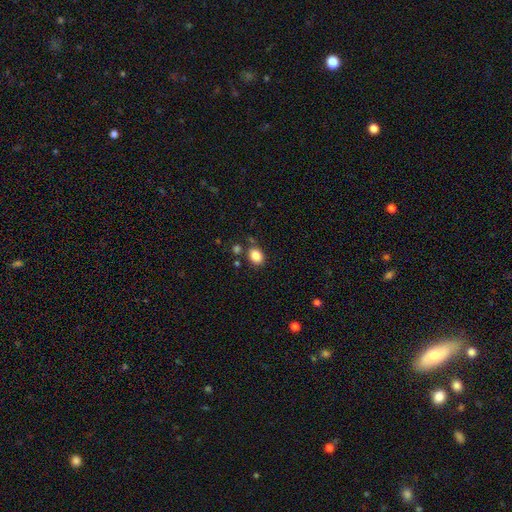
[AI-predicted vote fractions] A smooth galaxy with no disk features (85%) that is in between round and cigar-shaped (60%).

Vote fractions:
- Smooth or featured? smooth: 85% / star or artifact: 10% / featured or disk: 5%
- How rounded? in between: 60% / round: 39% / cigar-shaped: 1%
- Merging? none: 74% / minor disturbance: 13% / merger: 8% / major disturbance: 4%